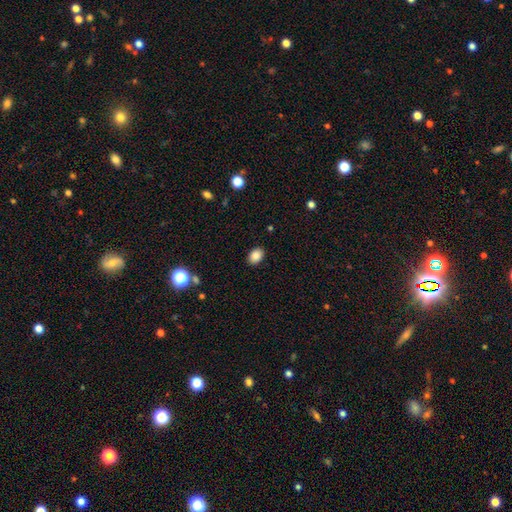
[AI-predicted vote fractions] A smooth galaxy with no disk features (86%) that is in between round and cigar-shaped (75%). Merging: none (89%).